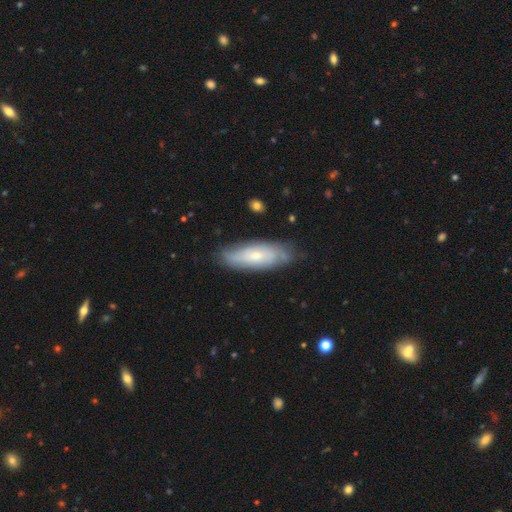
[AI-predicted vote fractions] Smooth or featured?
  - featured or disk: 51% *
  - smooth: 43%
  - star or artifact: 6%
Edge-on disk?
  - no: 76% *
  - yes: 24%
Merging?
  - none: 76% *
  - minor disturbance: 19%
  - major disturbance: 4%
  - merger: 2%